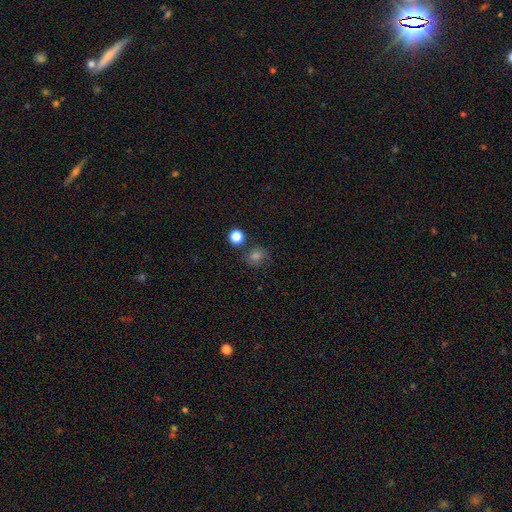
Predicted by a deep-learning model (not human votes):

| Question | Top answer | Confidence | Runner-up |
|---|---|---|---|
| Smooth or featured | smooth | 64% | star or artifact (24%) |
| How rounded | round | 74% | in between (25%) |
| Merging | none | 75% | minor disturbance (13%) |